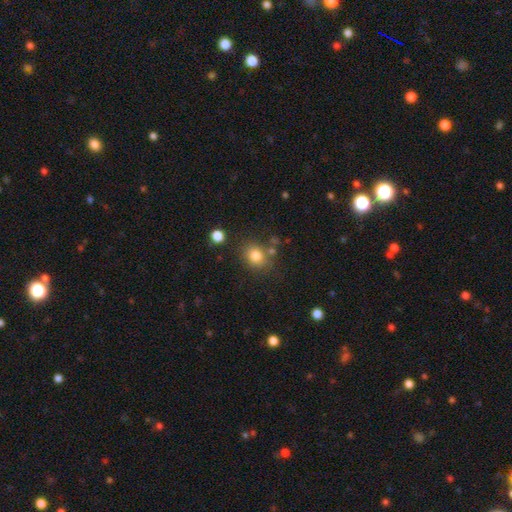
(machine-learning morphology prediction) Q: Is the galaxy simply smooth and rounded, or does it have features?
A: smooth — 81%.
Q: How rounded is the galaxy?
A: round — 60%.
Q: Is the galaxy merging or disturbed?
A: none — 74%.